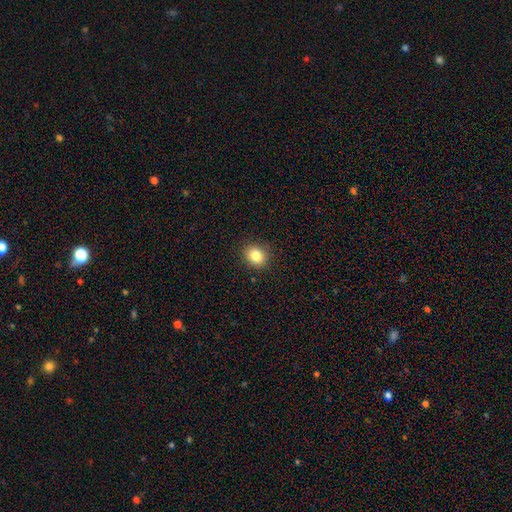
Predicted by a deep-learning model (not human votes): The model was most divided on "how rounded": round: 68%, in between: 31%, cigar-shaped: 1%. More confident: merging — none (89%); smooth or featured — smooth (83%).